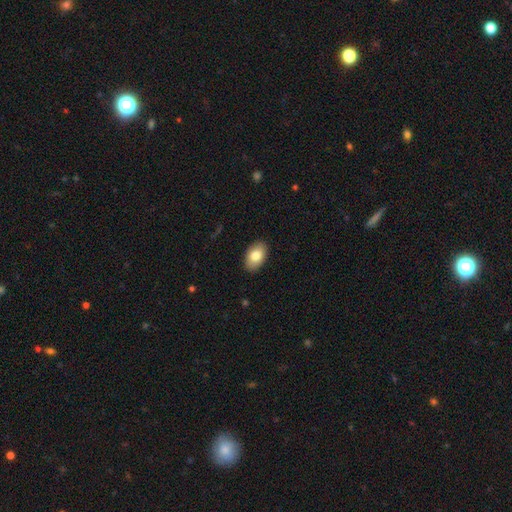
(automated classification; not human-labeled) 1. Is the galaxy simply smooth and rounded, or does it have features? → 81% smooth, 12% featured or disk, 7% star or artifact.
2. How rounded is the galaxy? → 92% in between, 7% round, 1% cigar-shaped.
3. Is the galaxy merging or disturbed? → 89% none, 8% minor disturbance, 2% major disturbance, 1% merger.